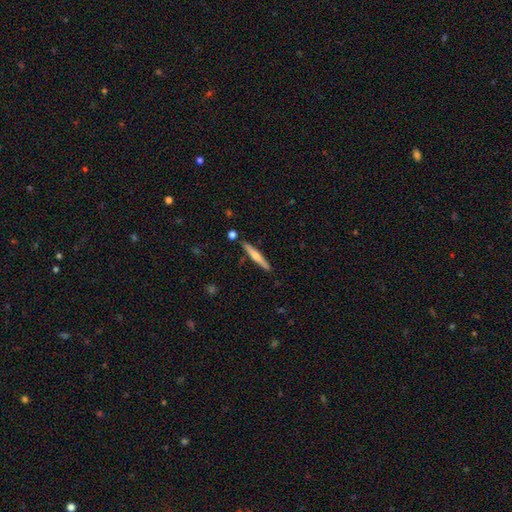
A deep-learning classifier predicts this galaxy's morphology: Q: Smooth or featured?
A: smooth (47%); tied with: featured or disk (47%)
Q: Merging?
A: none (87%); runner-up: minor disturbance (8%)